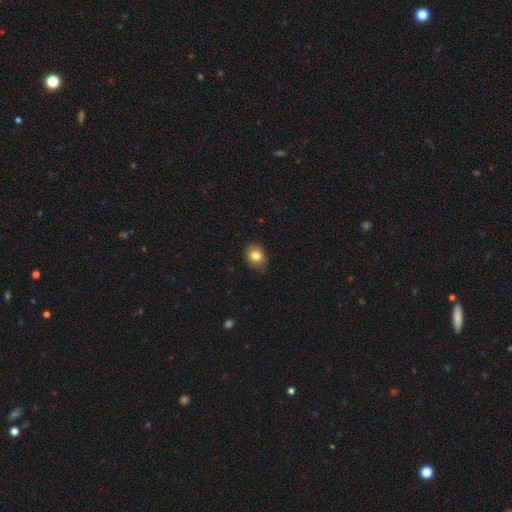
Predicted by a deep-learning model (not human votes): Q: Smooth or featured?
A: smooth (82%); runner-up: star or artifact (10%)
Q: How rounded?
A: in between (51%); runner-up: round (49%)
Q: Merging?
A: none (81%); runner-up: minor disturbance (15%)